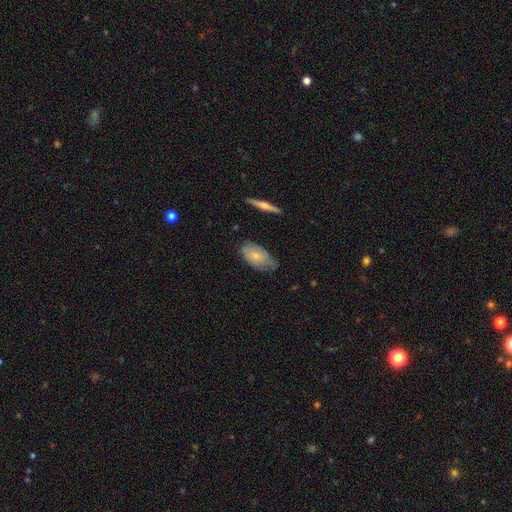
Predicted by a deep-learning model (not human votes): Morphology: type=smooth (68%); roundness=in between (92%); merging=none (56%).